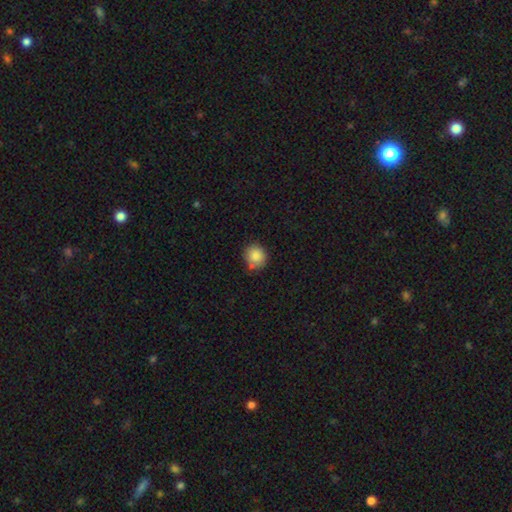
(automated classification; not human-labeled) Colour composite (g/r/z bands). It shows a smooth galaxy with no disk features (86%) that is round (84%). Merging: none (70%).